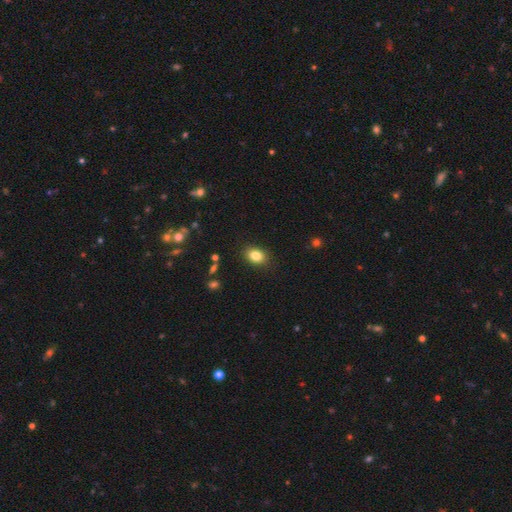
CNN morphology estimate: A smooth galaxy with no disk features (83%) that is in between round and cigar-shaped (69%).

Vote fractions:
- Smooth or featured? smooth: 83% / star or artifact: 10% / featured or disk: 7%
- How rounded? in between: 69% / round: 30% / cigar-shaped: 1%
- Merging? none: 87% / minor disturbance: 9% / major disturbance: 2% / merger: 1%